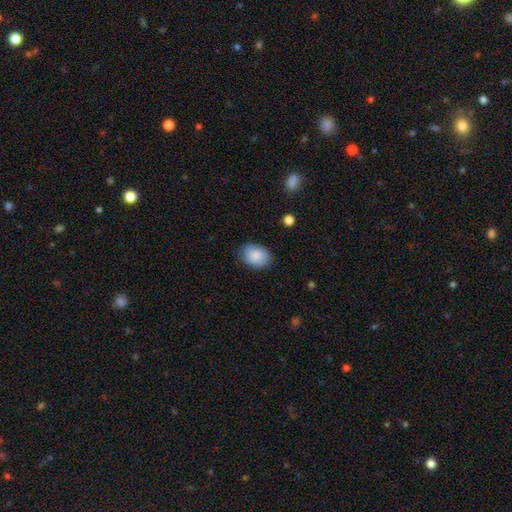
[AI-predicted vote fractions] Smooth or featured? Predicted: smooth (p=0.83). How rounded? Predicted: in between (p=0.69). Merging? Predicted: none (p=0.79).